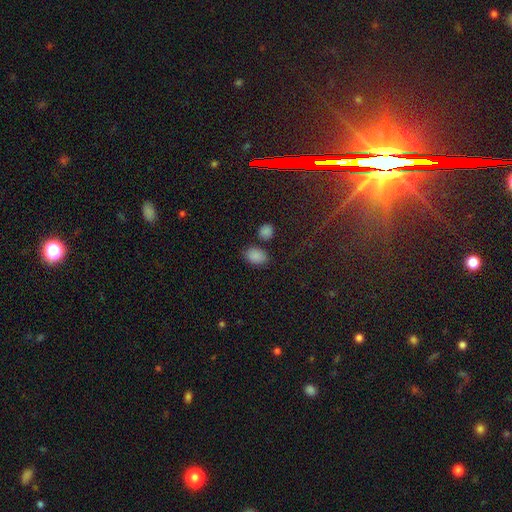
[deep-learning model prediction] Morphology: type=smooth (84%); roundness=in between (84%); merging=none (75%).